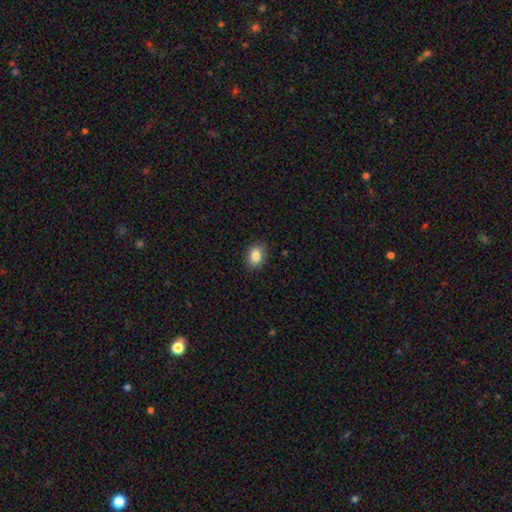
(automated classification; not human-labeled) Q: Smooth or featured?
A: smooth (85%); runner-up: star or artifact (8%)
Q: How rounded?
A: in between (78%); runner-up: round (20%)
Q: Merging?
A: none (87%); runner-up: minor disturbance (10%)